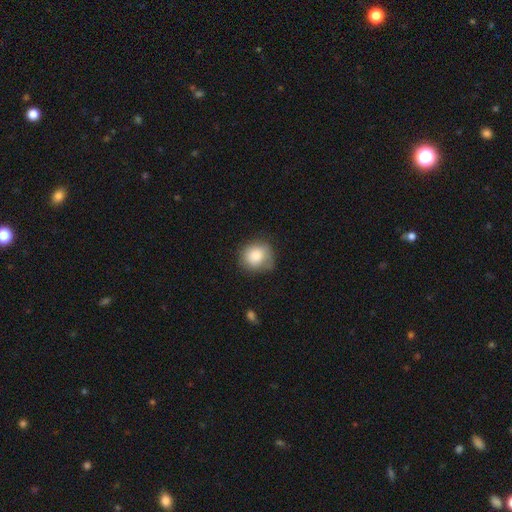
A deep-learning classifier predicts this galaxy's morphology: The model was most divided on "merging": none: 64%, minor disturbance: 27%, major disturbance: 7%, merger: 2%. More confident: smooth or featured — smooth (83%); how rounded — round (82%).